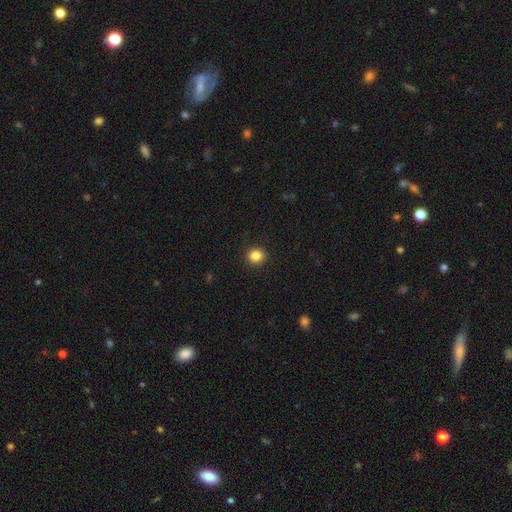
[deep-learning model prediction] Smooth or featured? Predicted: smooth (p=0.85). How rounded? Predicted: round (p=0.81). Merging? Predicted: none (p=0.91).